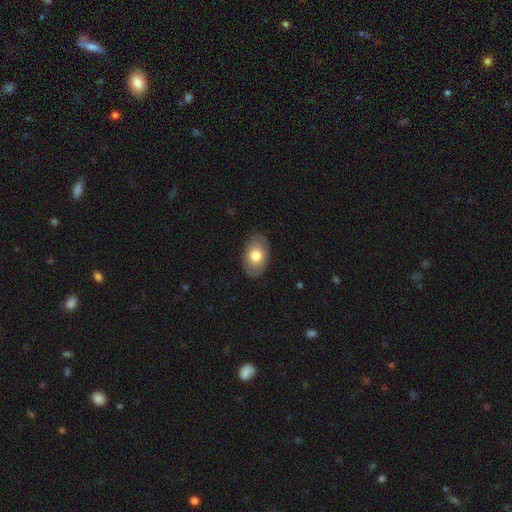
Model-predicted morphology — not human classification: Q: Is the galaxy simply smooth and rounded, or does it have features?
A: smooth — 75%.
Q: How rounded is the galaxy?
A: in between — 89%.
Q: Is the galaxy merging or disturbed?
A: none — 85%.